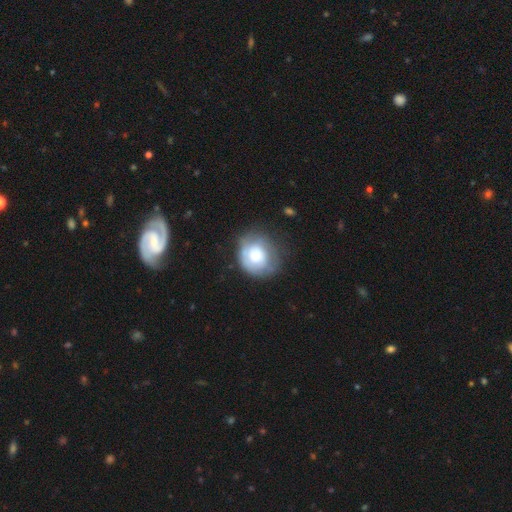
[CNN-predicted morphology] Q: Smooth or featured?
A: smooth (55%); runner-up: featured or disk (37%)
Q: How rounded?
A: round (79%); runner-up: in between (20%)
Q: Merging?
A: none (59%); runner-up: minor disturbance (27%)